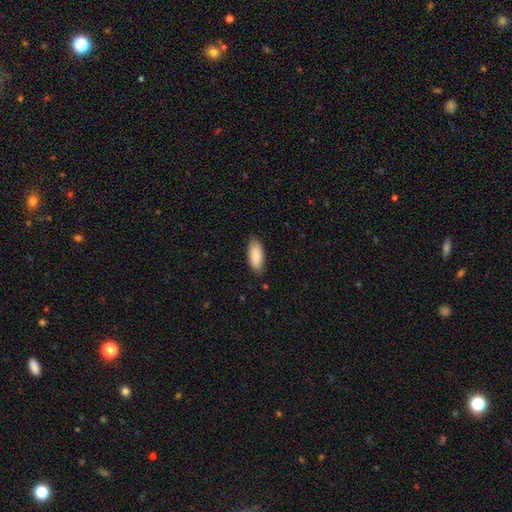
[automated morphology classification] Smooth or featured?
  - smooth: 88% *
  - featured or disk: 7%
  - star or artifact: 6%
How rounded?
  - in between: 85% *
  - cigar-shaped: 13%
  - round: 2%
Merging?
  - none: 83% *
  - minor disturbance: 14%
  - major disturbance: 2%
  - merger: 1%